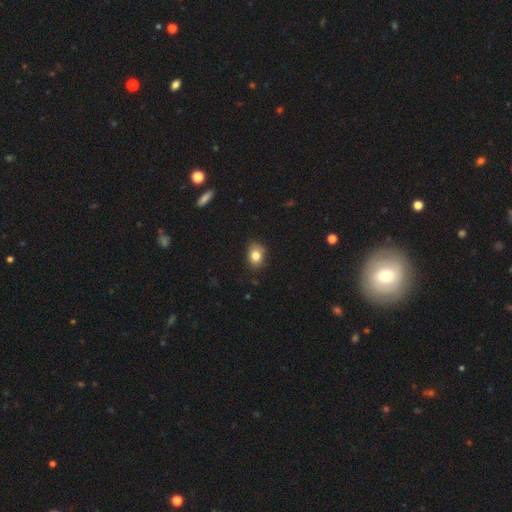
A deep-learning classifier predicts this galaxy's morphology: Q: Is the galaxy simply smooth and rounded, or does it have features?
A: smooth — 82%.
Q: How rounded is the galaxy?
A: in between — 67%.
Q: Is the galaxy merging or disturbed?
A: none — 82%.